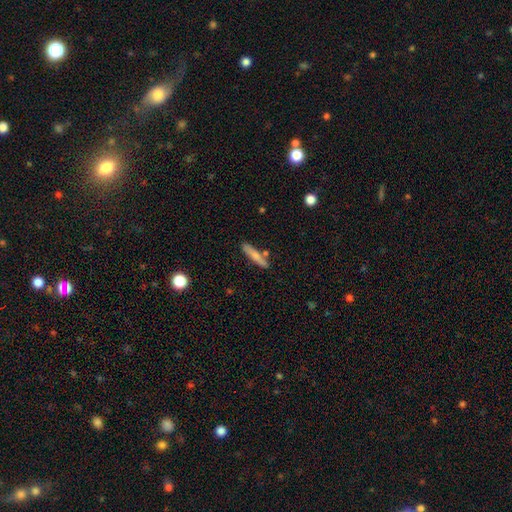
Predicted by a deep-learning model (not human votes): Q: Smooth or featured?
A: smooth (72%); runner-up: featured or disk (22%)
Q: How rounded?
A: cigar-shaped (86%); runner-up: in between (12%)
Q: Merging?
A: none (79%); runner-up: minor disturbance (12%)